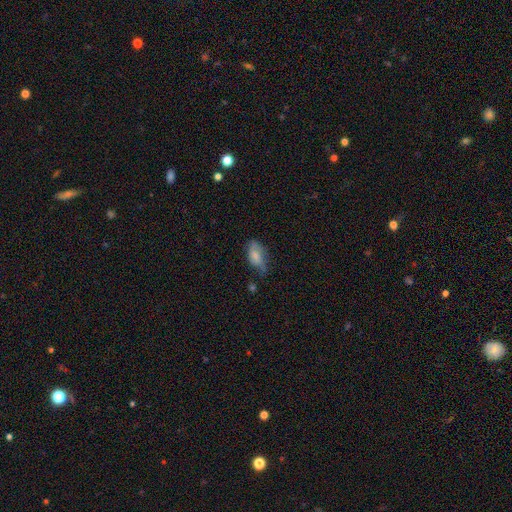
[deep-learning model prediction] A smooth galaxy with no disk features (66%) that is in between round and cigar-shaped (90%).

Vote fractions:
- Smooth or featured? smooth: 66% / featured or disk: 26% / star or artifact: 8%
- How rounded? in between: 90% / round: 5% / cigar-shaped: 5%
- Merging? none: 45% / minor disturbance: 36% / major disturbance: 16% / merger: 3%